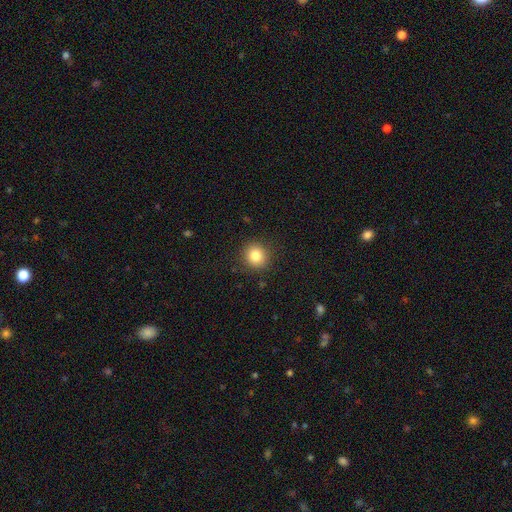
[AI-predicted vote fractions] This appears to be a smooth galaxy with no disk features (83%) that is round (89%). Merging: none (90%).